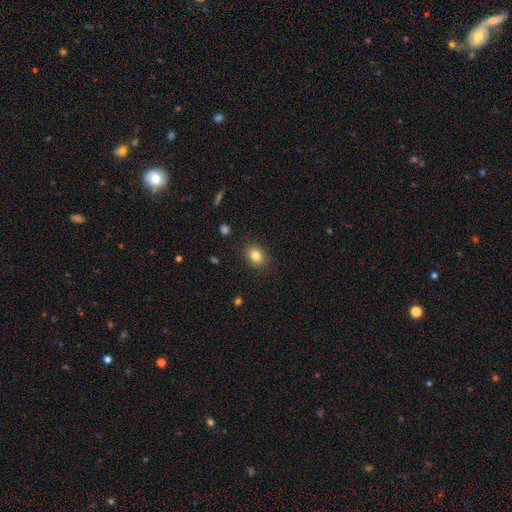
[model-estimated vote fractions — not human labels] smooth-or-featured: smooth: 83% | star or artifact: 10% | featured or disk: 7%
  how-rounded: in between: 56% | round: 43% | cigar-shaped: 1%
  merging: none: 88% | minor disturbance: 9% | major disturbance: 2% | merger: 1%